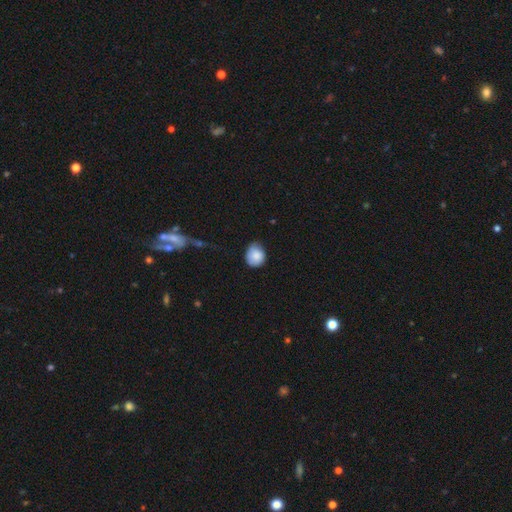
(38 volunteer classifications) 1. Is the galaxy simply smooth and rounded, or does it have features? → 87% smooth, 8% star or artifact, 5% featured or disk.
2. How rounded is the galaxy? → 79% round, 21% in between, 0% cigar-shaped.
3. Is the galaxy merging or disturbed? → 46% none, 37% minor disturbance, 11% major disturbance, 6% merger.